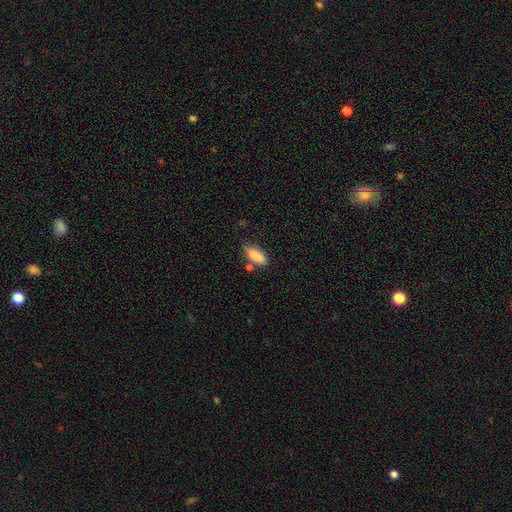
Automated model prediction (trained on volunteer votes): The model was most divided on "merging": none: 64%, minor disturbance: 21%, merger: 10%, major disturbance: 4%. More confident: smooth or featured — smooth (84%); how rounded — in between (78%).